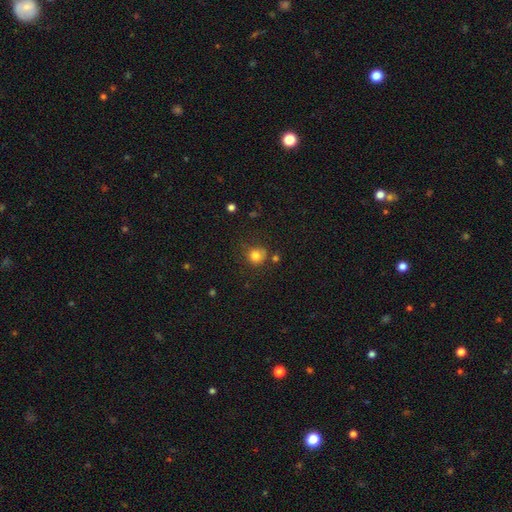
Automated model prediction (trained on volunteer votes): Morphology: type=smooth (81%); roundness=round (85%); merging=none (68%).